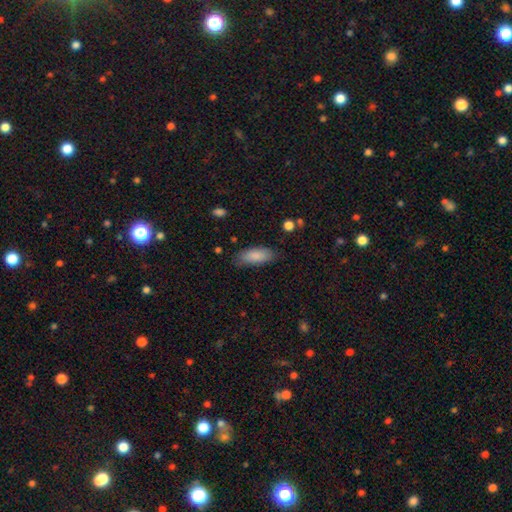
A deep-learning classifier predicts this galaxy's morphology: type=smooth (87%); roundness=in between (80%); merging=none (78%).